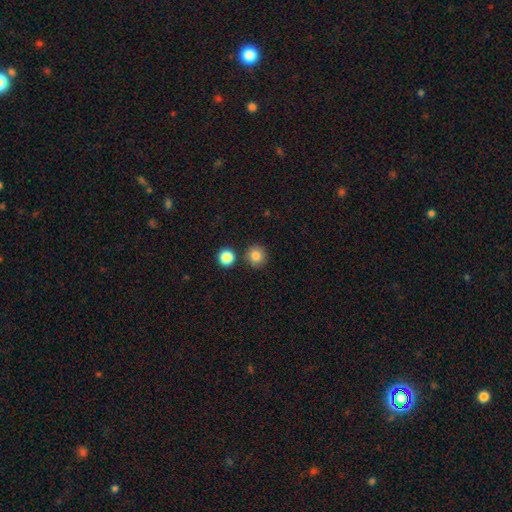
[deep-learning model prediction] A smooth galaxy with no disk features (84%) that is round (91%). Merging: none (84%).